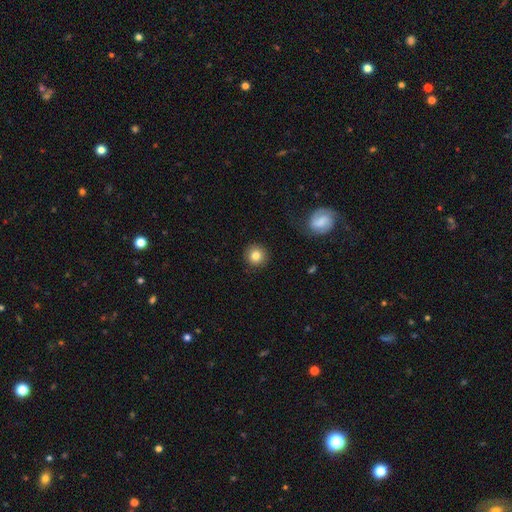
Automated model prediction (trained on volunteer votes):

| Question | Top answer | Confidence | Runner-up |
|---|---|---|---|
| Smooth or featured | smooth | 82% | star or artifact (10%) |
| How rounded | round | 94% | in between (5%) |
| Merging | none | 90% | minor disturbance (6%) |